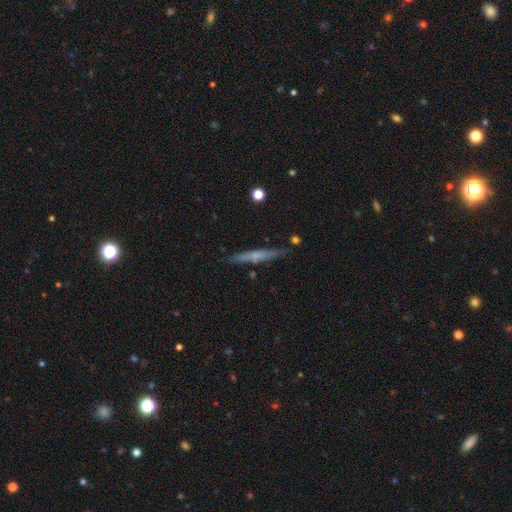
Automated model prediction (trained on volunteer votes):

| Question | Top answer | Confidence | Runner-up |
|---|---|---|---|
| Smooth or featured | smooth | 51% | featured or disk (43%) |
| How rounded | cigar-shaped | 95% | in between (4%) |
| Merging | none | 85% | minor disturbance (10%) |